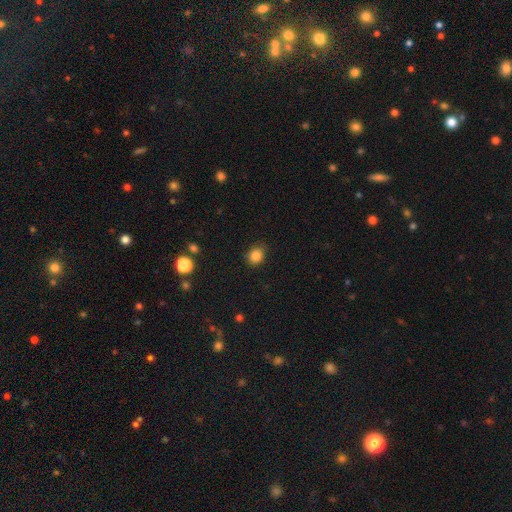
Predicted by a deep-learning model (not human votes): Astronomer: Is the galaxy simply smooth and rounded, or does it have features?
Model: smooth — 85%.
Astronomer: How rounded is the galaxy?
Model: round — 68%.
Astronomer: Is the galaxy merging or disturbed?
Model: none — 82%.